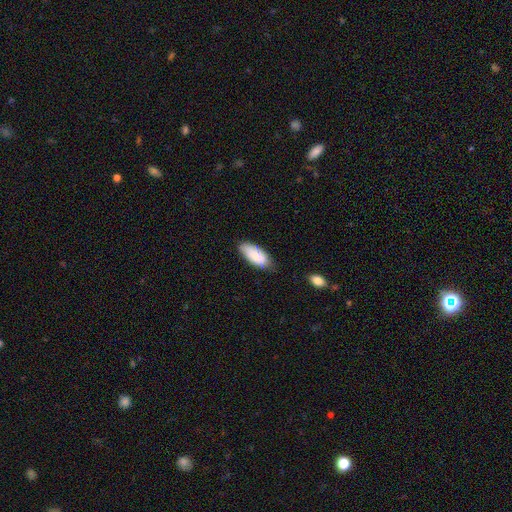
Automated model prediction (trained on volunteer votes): Overall: smooth (84%). How rounded: in between (88%). Merging: none (67%).